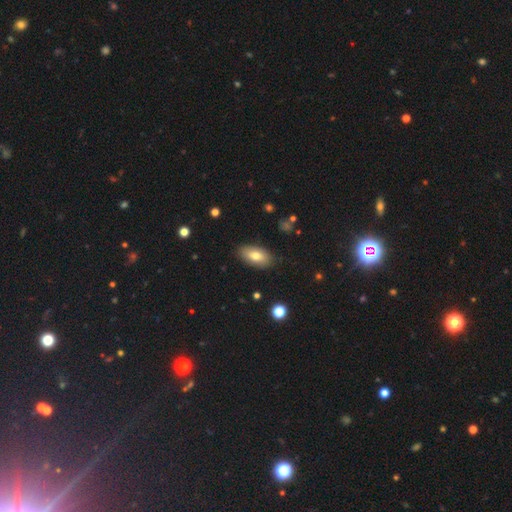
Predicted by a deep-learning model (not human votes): Smooth or featured?
  - smooth: 75% *
  - featured or disk: 18%
  - star or artifact: 8%
How rounded?
  - in between: 90% *
  - cigar-shaped: 6%
  - round: 4%
Merging?
  - none: 85% *
  - minor disturbance: 11%
  - major disturbance: 3%
  - merger: 1%